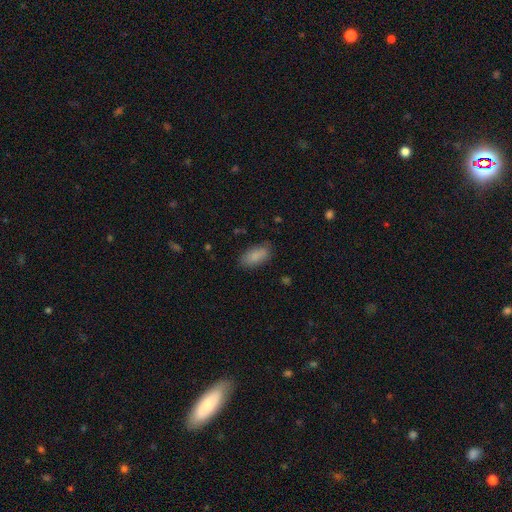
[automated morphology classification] A smooth galaxy with no disk features (86%) that is in between round and cigar-shaped (90%). Merging: none (79%).